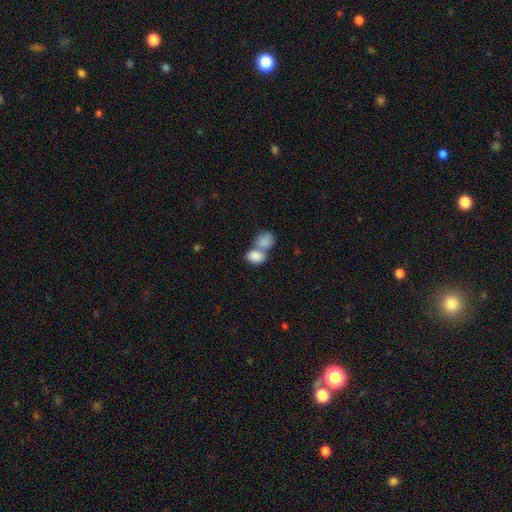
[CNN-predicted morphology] A smooth galaxy with no disk features (84%) that is in between round and cigar-shaped (78%). Merging: merger (67%).